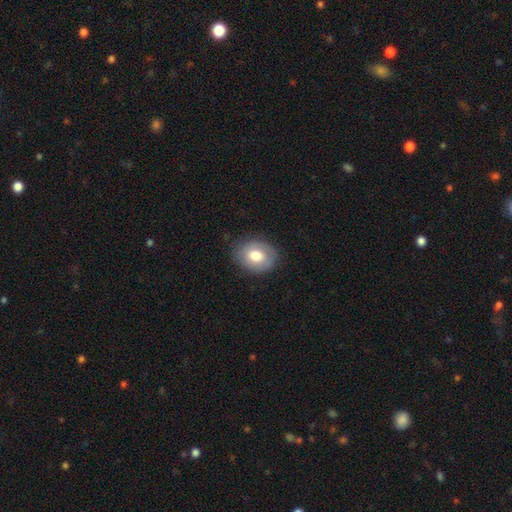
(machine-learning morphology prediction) Smooth or featured?
  - smooth: 73% *
  - featured or disk: 19%
  - star or artifact: 8%
How rounded?
  - round: 50% *
  - in between: 49%
  - cigar-shaped: 1%
Merging?
  - none: 80% *
  - minor disturbance: 15%
  - major disturbance: 4%
  - merger: 1%